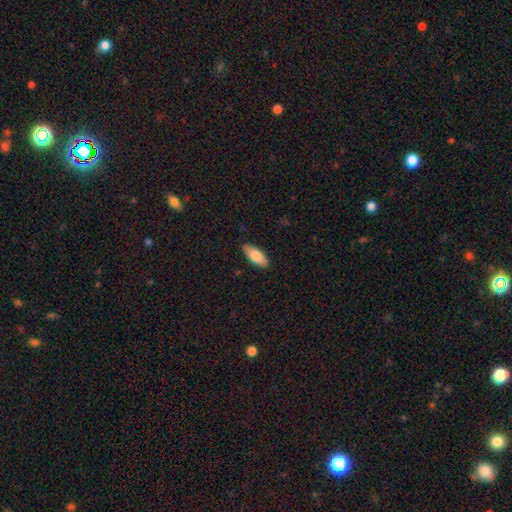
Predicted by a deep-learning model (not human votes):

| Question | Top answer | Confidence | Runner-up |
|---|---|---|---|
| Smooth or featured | smooth | 79% | featured or disk (15%) |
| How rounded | in between | 80% | cigar-shaped (18%) |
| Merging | none | 87% | minor disturbance (10%) |